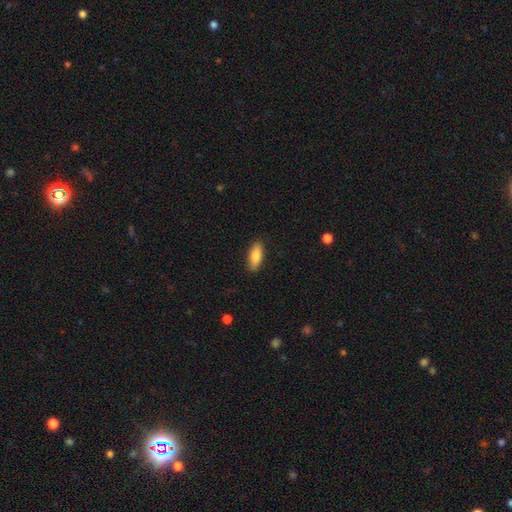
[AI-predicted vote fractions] Smooth or featured: smooth — 85% (featured or disk — 9%)
How rounded: in between — 75% (cigar-shaped — 23%)
Merging: none — 88% (minor disturbance — 9%)